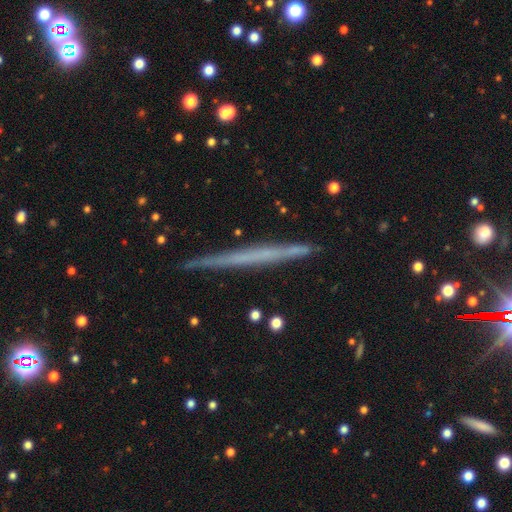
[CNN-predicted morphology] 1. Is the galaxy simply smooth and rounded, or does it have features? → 56% featured or disk, 36% smooth, 8% star or artifact.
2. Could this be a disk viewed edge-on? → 98% yes, 2% no.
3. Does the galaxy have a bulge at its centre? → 91% none, 6% rounded, 3% boxy.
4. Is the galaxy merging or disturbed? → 89% none, 8% minor disturbance, 1% major disturbance, 1% merger.